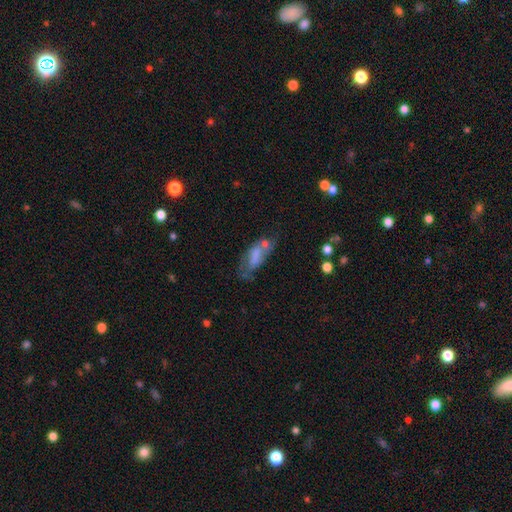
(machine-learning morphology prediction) The model was most divided on "merging": none: 33%, minor disturbance: 24%, major disturbance: 23%, merger: 19%. More confident: how rounded — in between (74%); smooth or featured — smooth (57%).